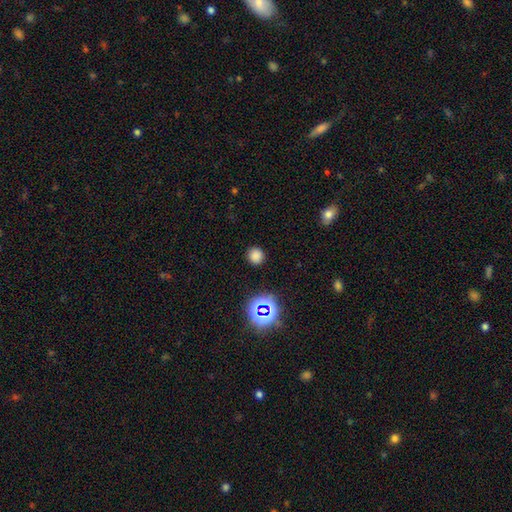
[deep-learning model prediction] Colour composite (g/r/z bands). It shows a smooth galaxy with no disk features (75%) that is round (91%). Merging: none (89%).